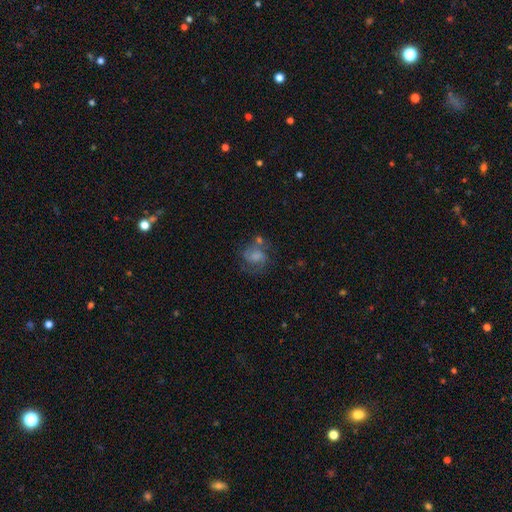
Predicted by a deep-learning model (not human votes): Overall: featured or disk (49%; smooth 40%). Merging: none (51%; minor disturbance 22%).